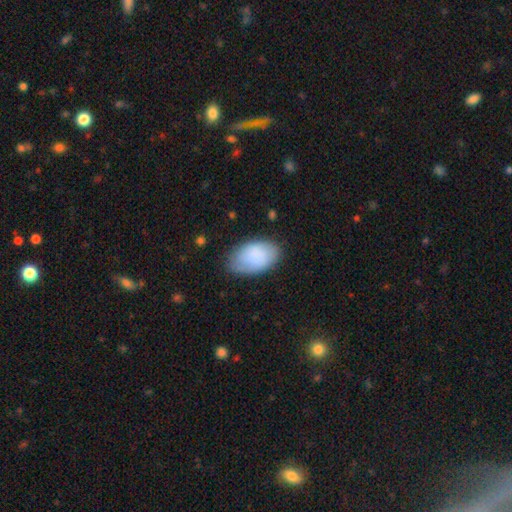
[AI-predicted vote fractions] A smooth galaxy with no disk features (84%) that is in between round and cigar-shaped (93%).

Vote fractions:
- Smooth or featured? smooth: 84% / featured or disk: 10% / star or artifact: 6%
- How rounded? in between: 93% / round: 6% / cigar-shaped: 1%
- Merging? none: 75% / minor disturbance: 19% / major disturbance: 5% / merger: 1%